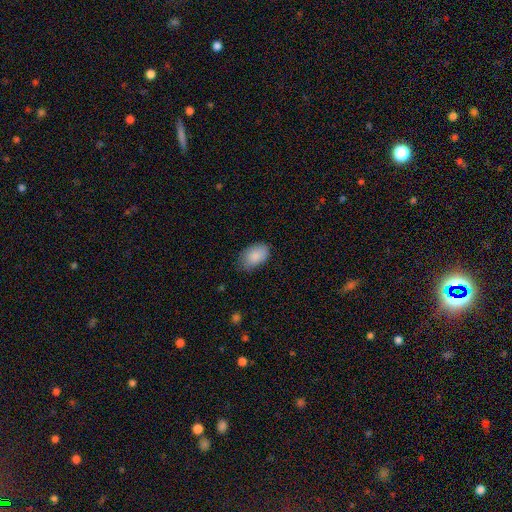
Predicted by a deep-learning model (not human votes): Morphology: type=smooth (88%); roundness=in between (92%); merging=none (70%).